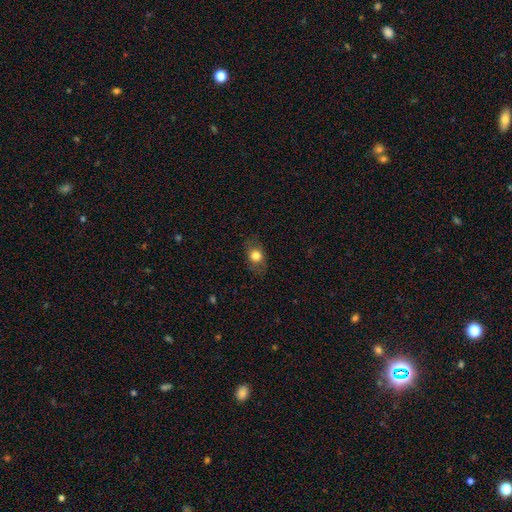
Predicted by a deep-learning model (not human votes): Smooth or featured: smooth — 77% (featured or disk — 14%)
How rounded: in between — 58% (round — 40%)
Merging: none — 79% (minor disturbance — 15%)